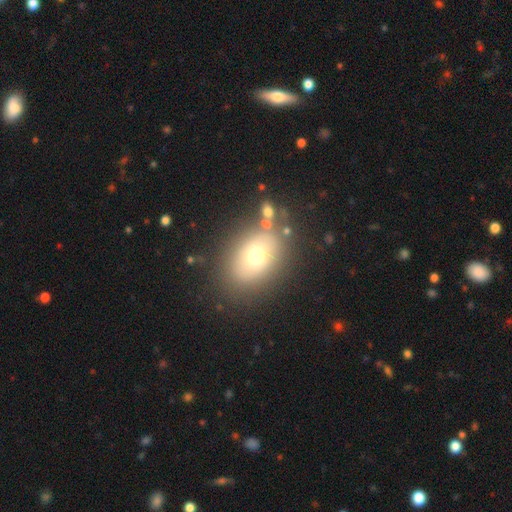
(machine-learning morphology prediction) smooth 66%, featured or disk 22%, star or artifact 12%. Down the decision tree: how rounded — in between (74%); merging — none (75%).